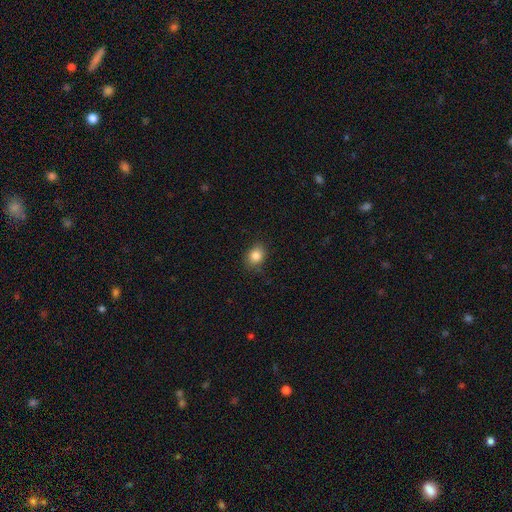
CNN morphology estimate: smooth_or_featured: smooth (p=0.84) [alt: star or artifact p=0.10]
how_rounded: in between (p=0.52) [alt: round p=0.47]
merging: none (p=0.81) [alt: minor disturbance p=0.15]